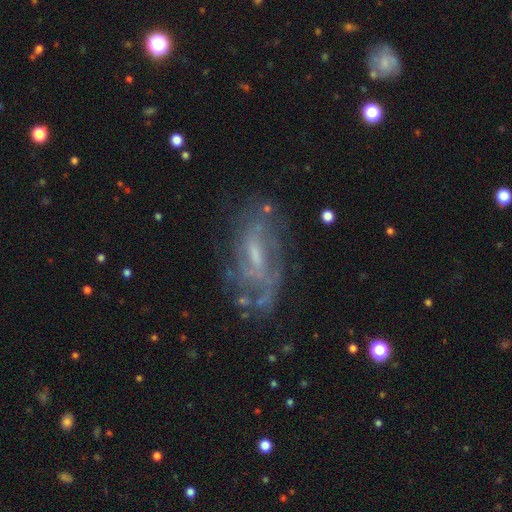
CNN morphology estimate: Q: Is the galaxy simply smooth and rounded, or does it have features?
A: featured or disk — 76%.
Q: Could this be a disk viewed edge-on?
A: no — 91%.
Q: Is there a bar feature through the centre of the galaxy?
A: weak — 52%.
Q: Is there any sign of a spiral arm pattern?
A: yes — 79%.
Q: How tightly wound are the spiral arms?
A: medium — 40%.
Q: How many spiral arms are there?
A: can't tell — 52%.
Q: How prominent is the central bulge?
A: small — 45%.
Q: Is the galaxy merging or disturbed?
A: none — 64%.